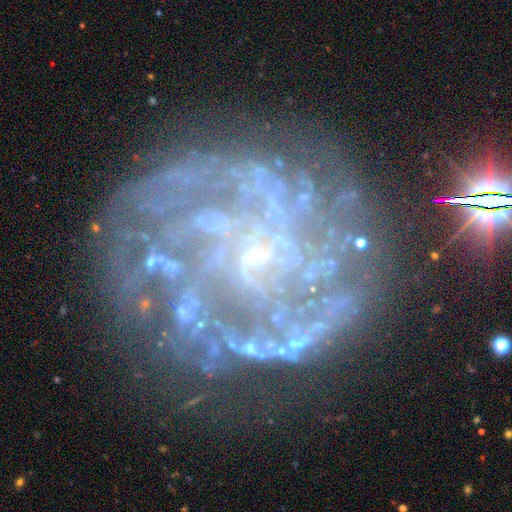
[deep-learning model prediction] Smooth or featured? featured or disk (84%)
Edge-on disk? no (98%)
Bar? no (68%)
Spiral arms? yes (88%)
Spiral winding? tight (57%)
Spiral arm count? can't tell (32%)
Bulge size? small (76%)
Merging? none (69%)